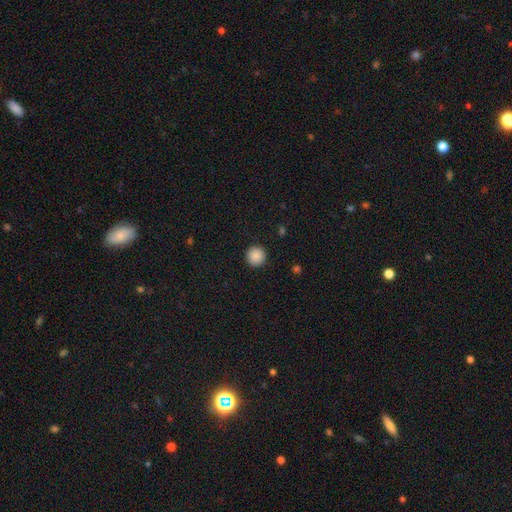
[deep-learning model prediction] smooth-or-featured: smooth: 89% | star or artifact: 9% | featured or disk: 3%
  how-rounded: round: 96% | in between: 3% | cigar-shaped: 1%
  merging: none: 93% | minor disturbance: 4% | major disturbance: 2% | merger: 1%